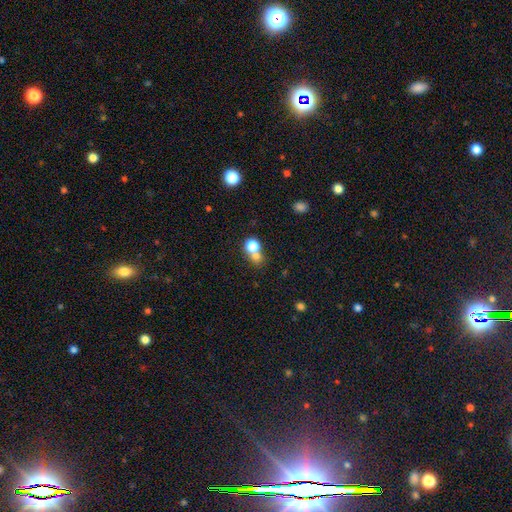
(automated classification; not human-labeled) smooth 74%, star or artifact 15%, featured or disk 11%. Down the decision tree: how rounded — round (79%); merging — merger (50%).